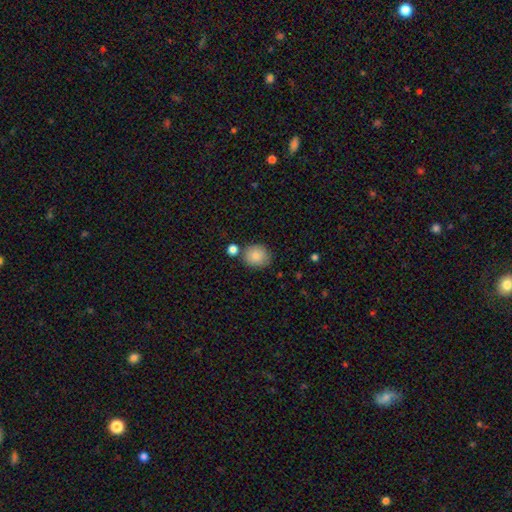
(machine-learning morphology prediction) This appears to be a smooth galaxy with no disk features (85%) that is round (77%). Merging: none (74%).